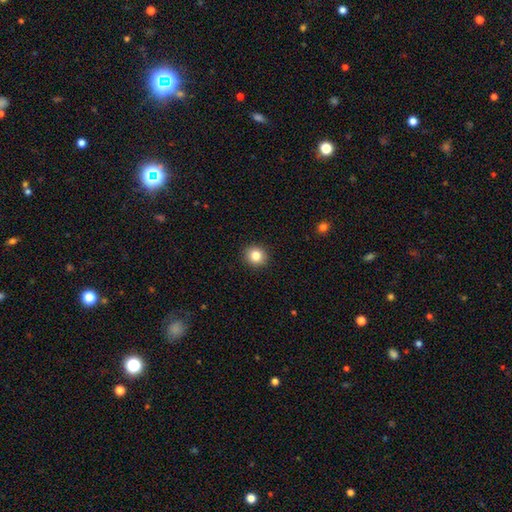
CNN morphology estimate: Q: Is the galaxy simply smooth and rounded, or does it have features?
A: smooth — 83%.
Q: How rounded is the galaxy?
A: round — 88%.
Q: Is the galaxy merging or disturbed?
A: none — 92%.